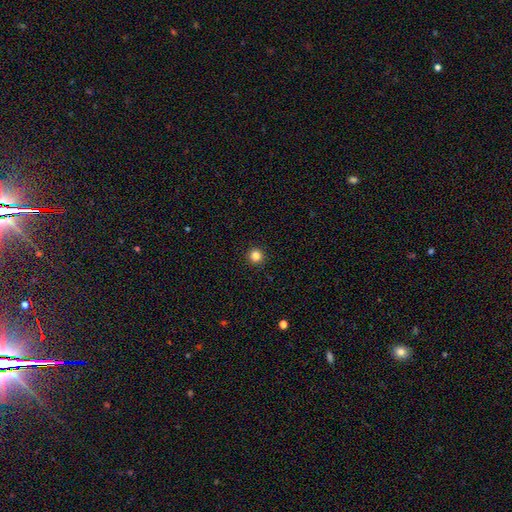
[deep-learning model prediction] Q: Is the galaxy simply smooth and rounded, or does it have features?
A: smooth — 83%.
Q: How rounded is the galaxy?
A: round — 96%.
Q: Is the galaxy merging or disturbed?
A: none — 93%.